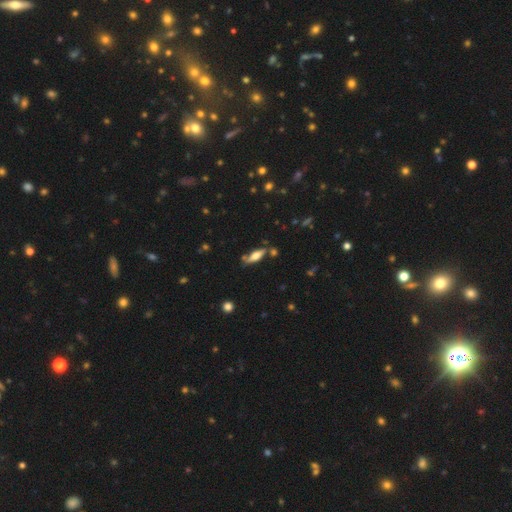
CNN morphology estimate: Overall: smooth (51%; featured or disk 41%). How rounded: in between (52%; cigar-shaped 46%). Merging: none (67%).